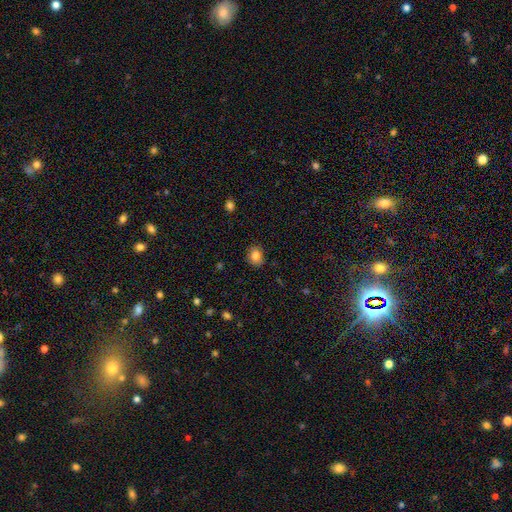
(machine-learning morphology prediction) This appears to be a smooth galaxy with no disk features (83%) that is round (61%). Merging: none (85%).